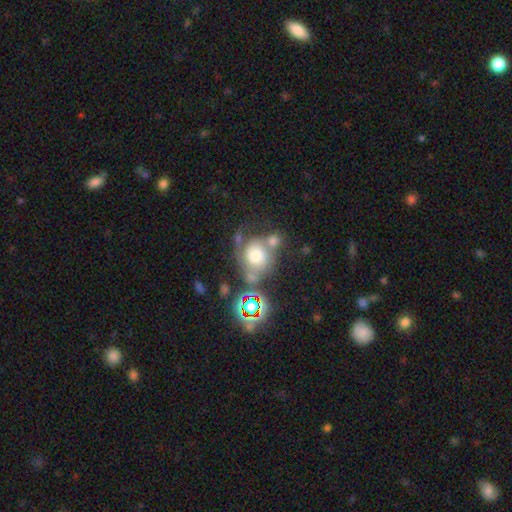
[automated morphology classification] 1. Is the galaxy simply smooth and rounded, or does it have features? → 52% smooth, 29% featured or disk, 19% star or artifact.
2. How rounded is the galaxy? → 73% round, 26% in between, 1% cigar-shaped.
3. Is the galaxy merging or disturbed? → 33% none, 32% merger, 17% minor disturbance, 17% major disturbance.